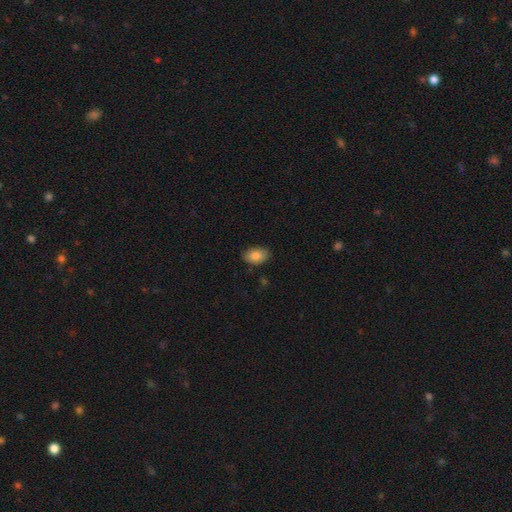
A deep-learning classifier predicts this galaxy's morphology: A smooth galaxy with no disk features (84%) that is in between round and cigar-shaped (86%).

Vote fractions:
- Smooth or featured? smooth: 84% / featured or disk: 9% / star or artifact: 8%
- How rounded? in between: 86% / round: 12% / cigar-shaped: 1%
- Merging? none: 83% / minor disturbance: 13% / major disturbance: 2% / merger: 1%